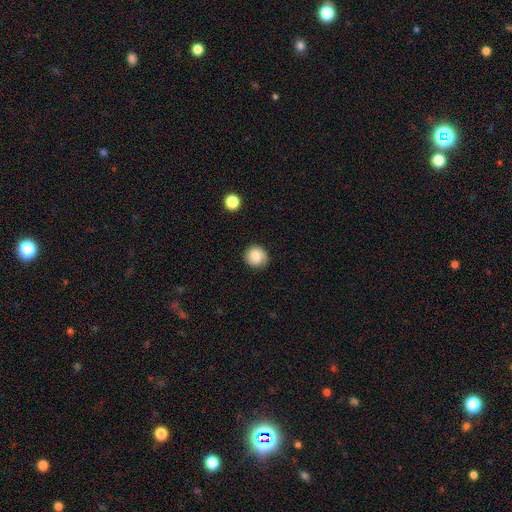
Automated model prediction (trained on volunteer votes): smooth 68%, featured or disk 24%, star or artifact 9%. Down the decision tree: how rounded — round (85%); merging — none (81%).